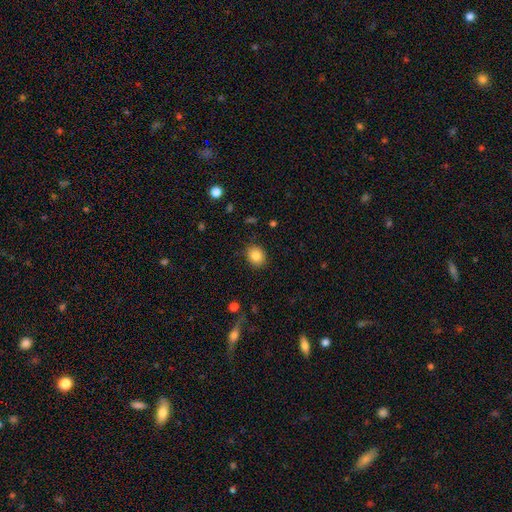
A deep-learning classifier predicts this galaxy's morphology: Smooth or featured: smooth — 85% (star or artifact — 9%)
How rounded: round — 63% (in between — 36%)
Merging: none — 87% (minor disturbance — 9%)